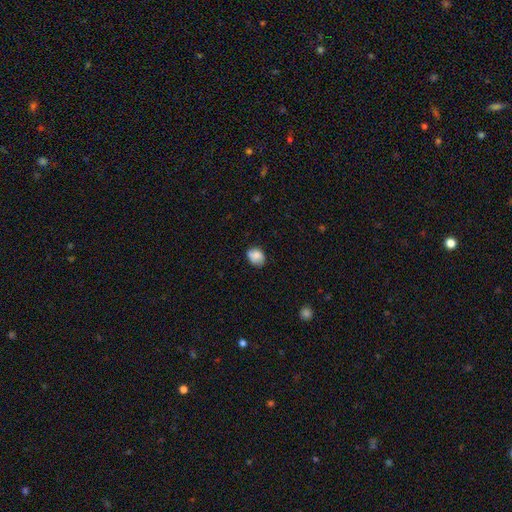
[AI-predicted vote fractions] This is likely a smooth galaxy (80%). How rounded: possibly in between (55%). Merging: likely none (64%).